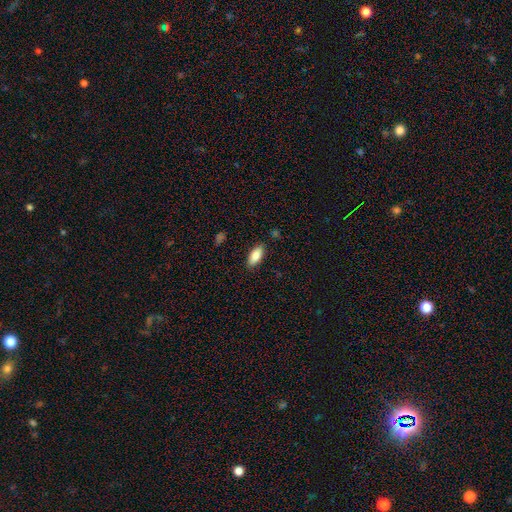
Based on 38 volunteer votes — Volunteers were most divided on "how rounded": in between: 79%, cigar-shaped: 21%, round: 0%. More confident: merging — none (89%); smooth or featured — smooth (87%).